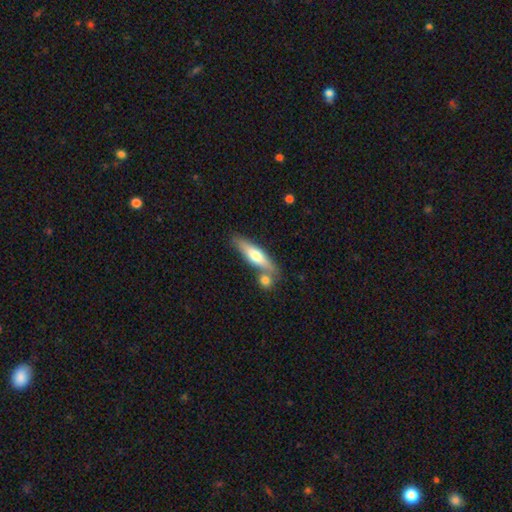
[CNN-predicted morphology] Overall: smooth (57%; featured or disk 38%). How rounded: cigar-shaped (70%). Merging: none (61%; merger 24%).